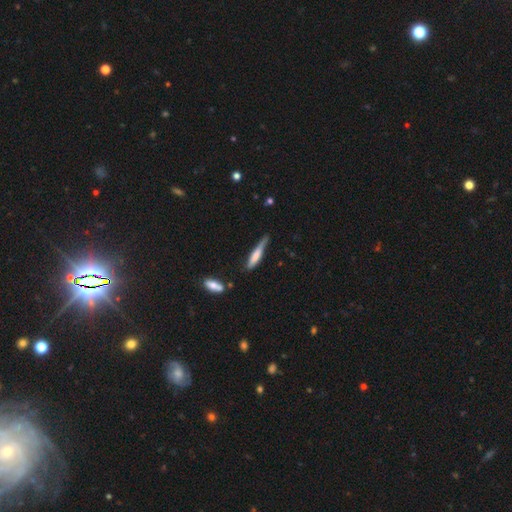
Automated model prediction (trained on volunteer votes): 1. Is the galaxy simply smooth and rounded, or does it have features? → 64% smooth, 30% featured or disk, 6% star or artifact.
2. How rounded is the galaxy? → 87% cigar-shaped, 12% in between, 1% round.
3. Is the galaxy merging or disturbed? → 50% none, 36% minor disturbance, 9% major disturbance, 5% merger.